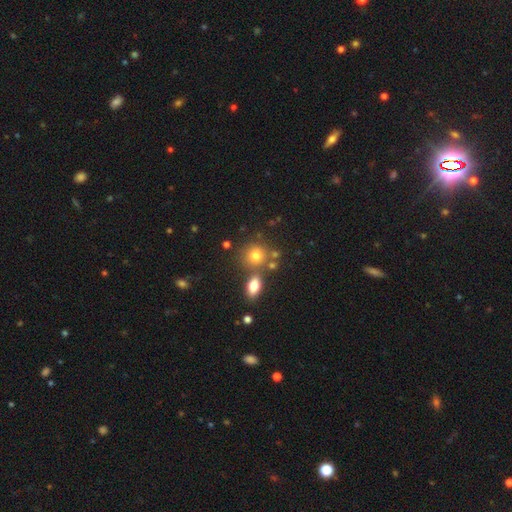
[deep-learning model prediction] Smooth or featured? smooth (75%)
How rounded? round (80%)
Merging? none (64%)